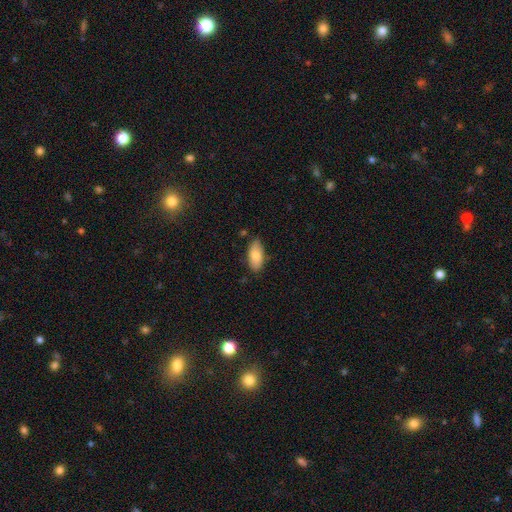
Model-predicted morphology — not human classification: This is clearly a smooth galaxy (82%). How rounded: clearly in between (90%). Merging: clearly none (81%).